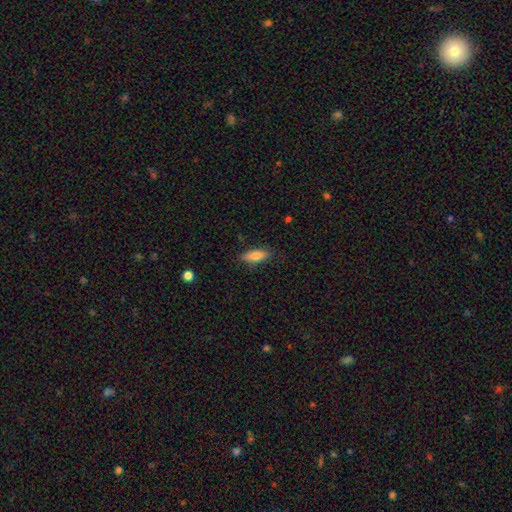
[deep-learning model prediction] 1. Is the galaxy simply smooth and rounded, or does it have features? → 81% smooth, 13% featured or disk, 7% star or artifact.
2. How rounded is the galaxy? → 62% in between, 35% cigar-shaped, 2% round.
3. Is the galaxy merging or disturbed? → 82% none, 14% minor disturbance, 3% major disturbance, 1% merger.